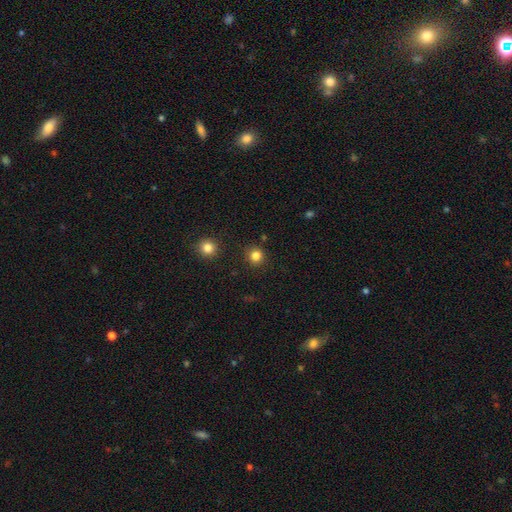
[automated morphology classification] Smooth or featured? Predicted: smooth (p=0.82). How rounded? Predicted: round (p=0.93). Merging? Predicted: none (p=0.89).